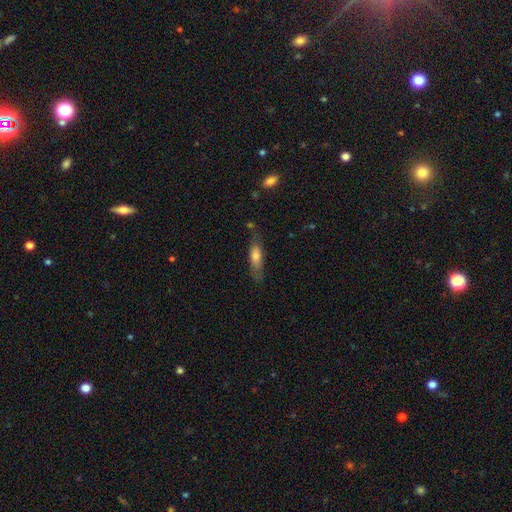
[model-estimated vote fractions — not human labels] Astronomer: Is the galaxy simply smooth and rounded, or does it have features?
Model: smooth — 63%.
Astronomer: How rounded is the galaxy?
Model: cigar-shaped — 61%.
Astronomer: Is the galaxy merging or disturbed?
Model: none — 70%.